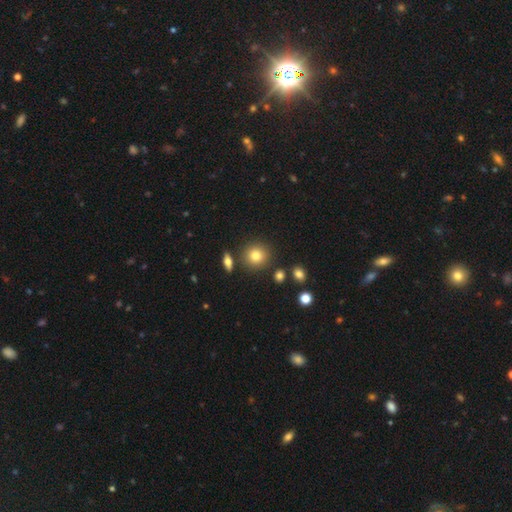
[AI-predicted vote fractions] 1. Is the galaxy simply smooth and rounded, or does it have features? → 80% smooth, 11% star or artifact, 9% featured or disk.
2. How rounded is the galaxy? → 89% round, 10% in between, 1% cigar-shaped.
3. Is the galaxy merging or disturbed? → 84% none, 8% minor disturbance, 5% merger, 3% major disturbance.